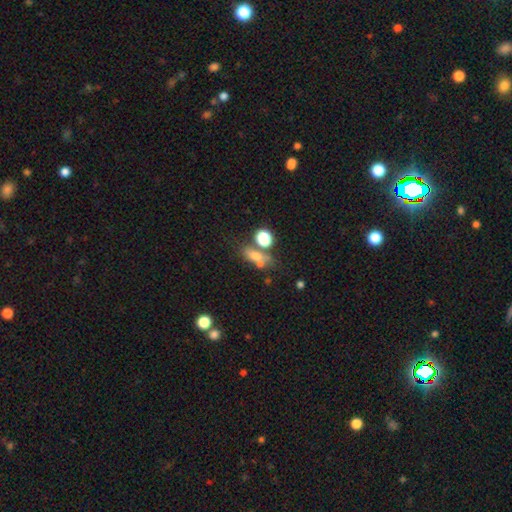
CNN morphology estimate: Smooth or featured? smooth (63%)
How rounded? in between (60%)
Merging? none (43%)